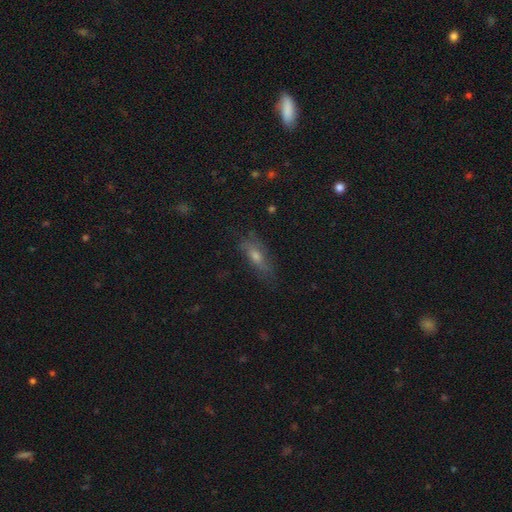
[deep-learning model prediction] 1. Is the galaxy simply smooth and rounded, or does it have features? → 49% smooth, 37% featured or disk, 14% star or artifact.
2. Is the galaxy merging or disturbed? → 73% none, 19% minor disturbance, 6% major disturbance, 2% merger.